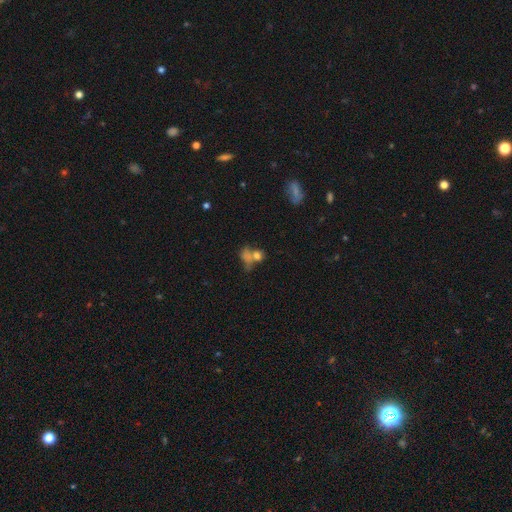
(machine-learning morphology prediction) smooth-or-featured: smooth: 59% | star or artifact: 22% | featured or disk: 19%
  how-rounded: round: 56% | in between: 39% | cigar-shaped: 5%
  merging: merger: 39% | none: 37% | minor disturbance: 12% | major disturbance: 11%